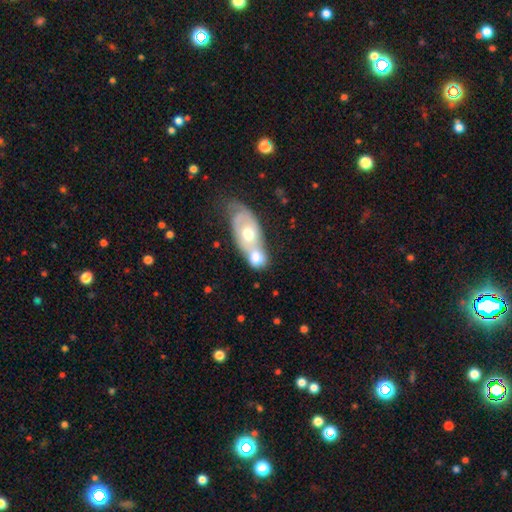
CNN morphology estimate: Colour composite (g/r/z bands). It shows a smooth galaxy with no disk features (59%) that is in between round and cigar-shaped (65%). Merging: merger (68%).